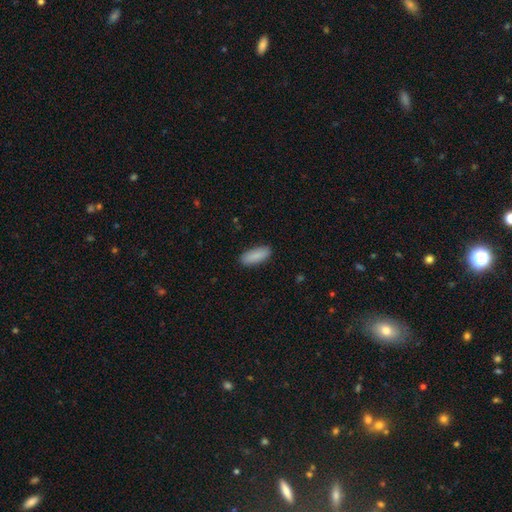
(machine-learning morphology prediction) Overall: smooth (89%). How rounded: in between (71%). Merging: none (88%).